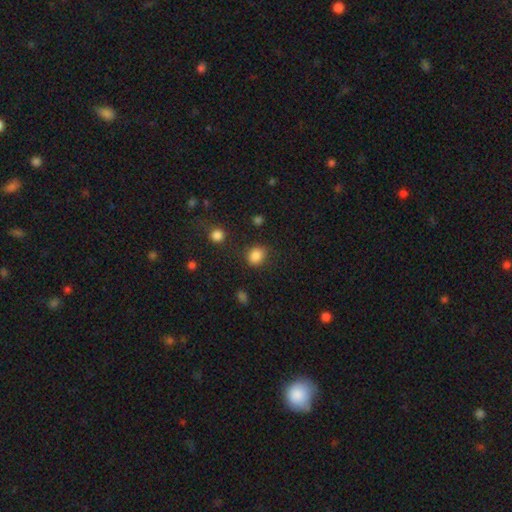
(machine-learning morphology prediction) Smooth or featured: smooth — 85% (star or artifact — 11%)
How rounded: round — 64% (in between — 35%)
Merging: none — 79% (minor disturbance — 13%)